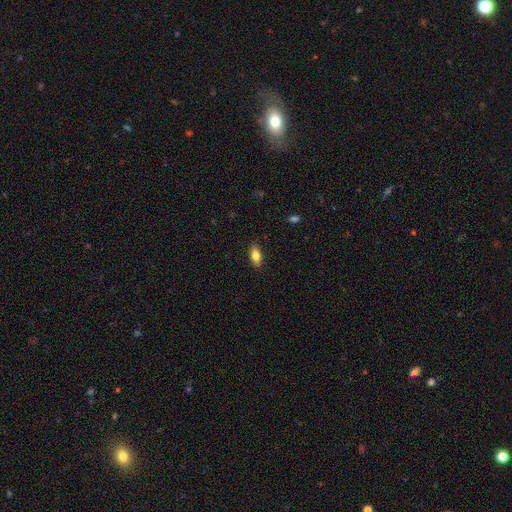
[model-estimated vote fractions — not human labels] Morphology: type=smooth (80%); roundness=in between (87%); merging=none (86%).